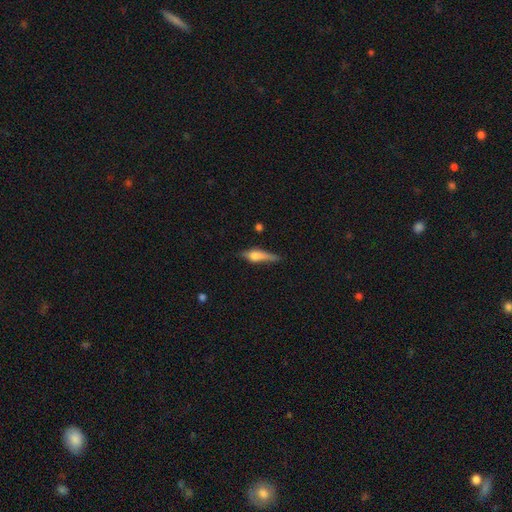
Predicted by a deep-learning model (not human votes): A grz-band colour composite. It shows a smooth galaxy with no disk features (54%) that is cigar-shaped (68%). Merging: none (52%).